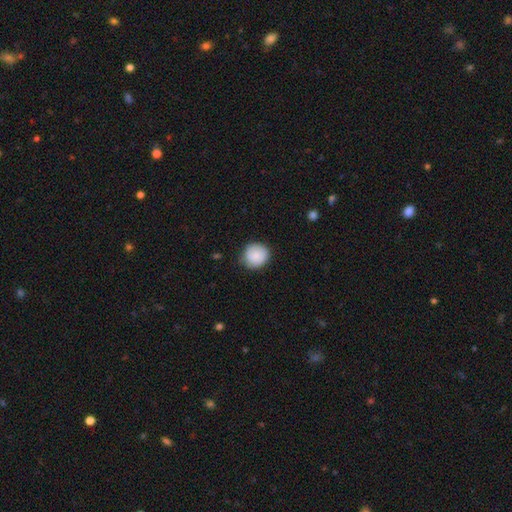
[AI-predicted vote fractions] smooth_or_featured: smooth (p=0.81) [alt: featured or disk p=0.12]
how_rounded: round (p=0.88) [alt: in between p=0.11]
merging: none (p=0.77) [alt: minor disturbance p=0.18]